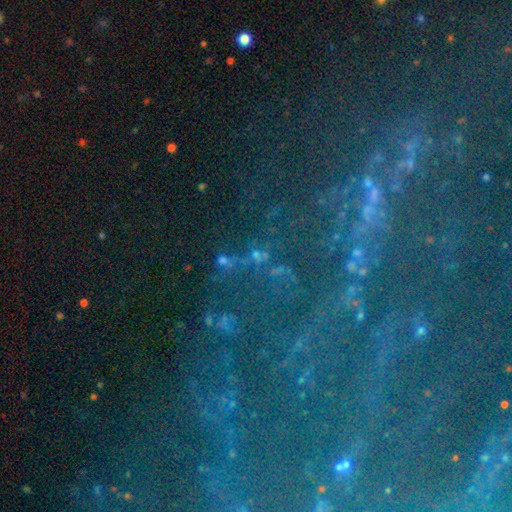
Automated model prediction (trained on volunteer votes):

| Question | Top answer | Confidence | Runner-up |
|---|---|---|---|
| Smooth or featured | star or artifact | 74% | featured or disk (16%) |